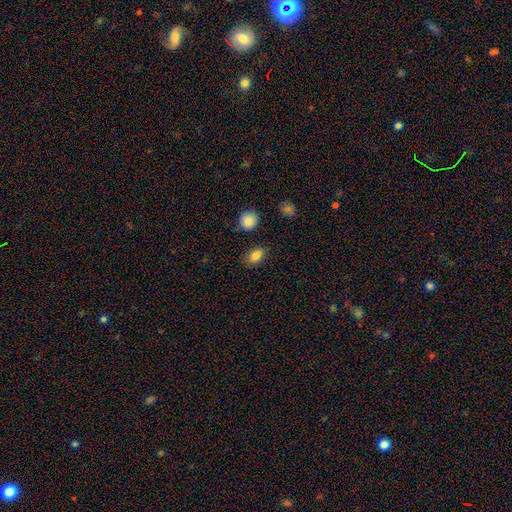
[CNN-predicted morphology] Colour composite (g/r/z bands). It shows a smooth galaxy with no disk features (84%) that is in between round and cigar-shaped (82%). Merging: none (84%).